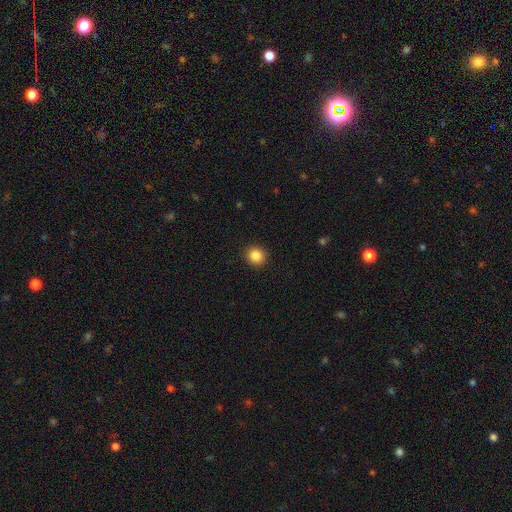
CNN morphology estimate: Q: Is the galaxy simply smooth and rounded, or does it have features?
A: smooth — 85%.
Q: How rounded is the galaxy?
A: round — 91%.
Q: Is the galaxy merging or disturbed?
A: none — 92%.